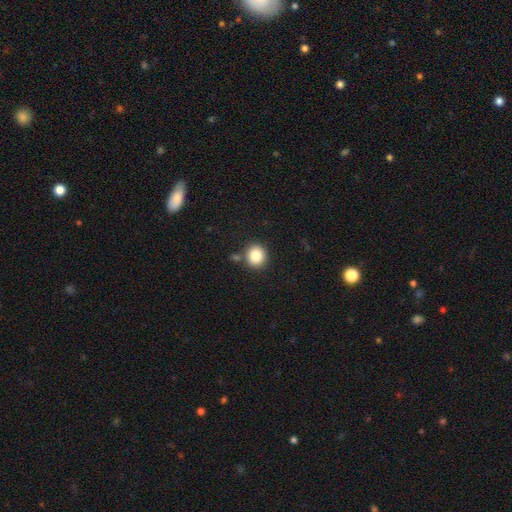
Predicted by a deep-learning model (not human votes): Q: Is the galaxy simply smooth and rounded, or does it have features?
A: smooth — 85%.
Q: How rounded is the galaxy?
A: round — 87%.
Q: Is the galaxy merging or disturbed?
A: none — 82%.